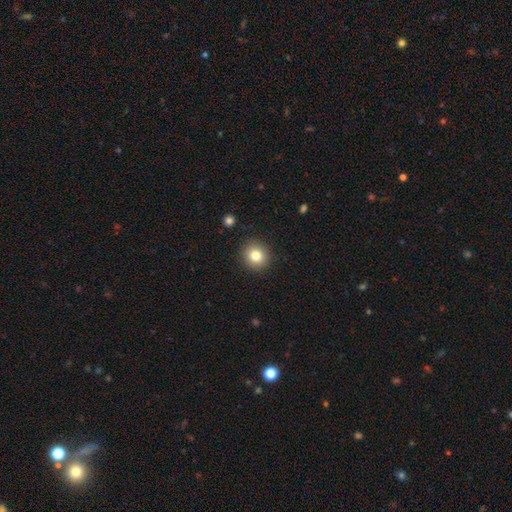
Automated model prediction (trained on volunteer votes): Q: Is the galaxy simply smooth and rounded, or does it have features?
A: smooth — 81%.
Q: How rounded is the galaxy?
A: round — 89%.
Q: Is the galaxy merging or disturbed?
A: none — 91%.